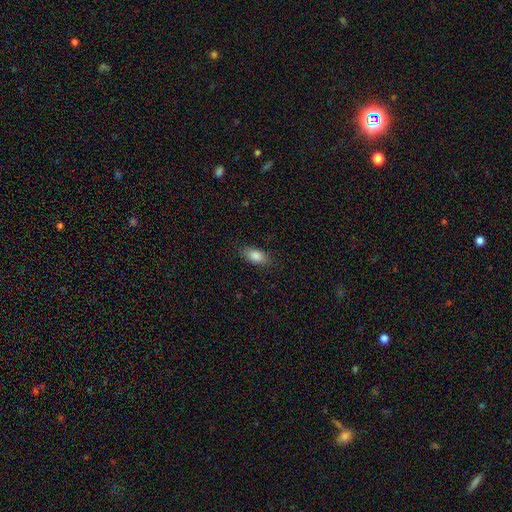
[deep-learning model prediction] A smooth galaxy with no disk features (84%) that is in between round and cigar-shaped (87%).

Vote fractions:
- Smooth or featured? smooth: 84% / featured or disk: 8% / star or artifact: 8%
- How rounded? in between: 87% / cigar-shaped: 8% / round: 5%
- Merging? none: 83% / minor disturbance: 13% / major disturbance: 3% / merger: 1%